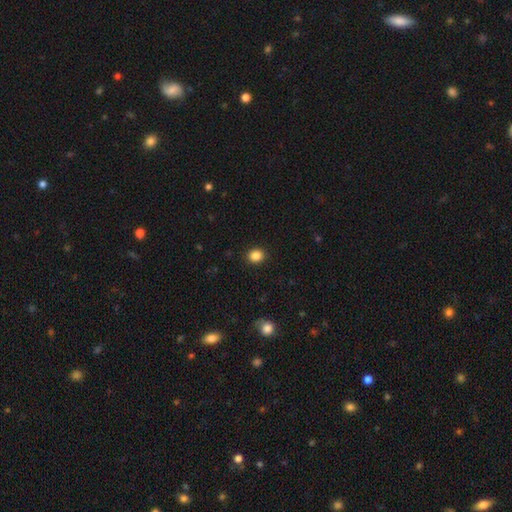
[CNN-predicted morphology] Smooth or featured? smooth (86%)
How rounded? round (59%)
Merging? none (90%)